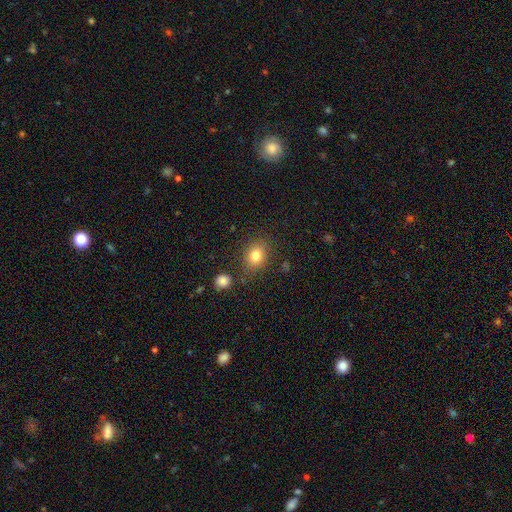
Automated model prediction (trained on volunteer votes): smooth-or-featured: smooth: 80% | star or artifact: 11% | featured or disk: 9%
  how-rounded: round: 51% | in between: 48% | cigar-shaped: 1%
  merging: none: 79% | minor disturbance: 12% | merger: 4% | major disturbance: 4%